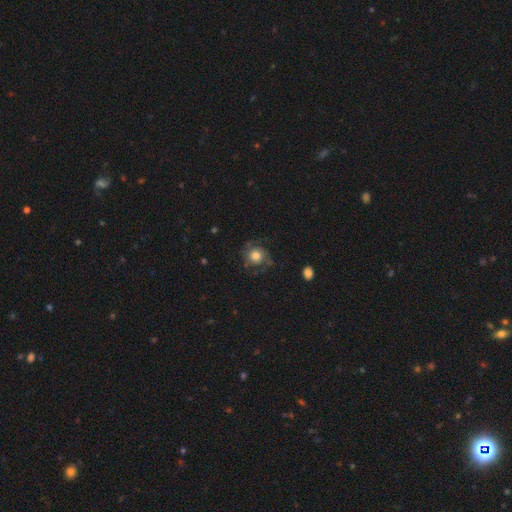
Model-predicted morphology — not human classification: Overall: featured or disk (47%; smooth 43%). Merging: none (66%).